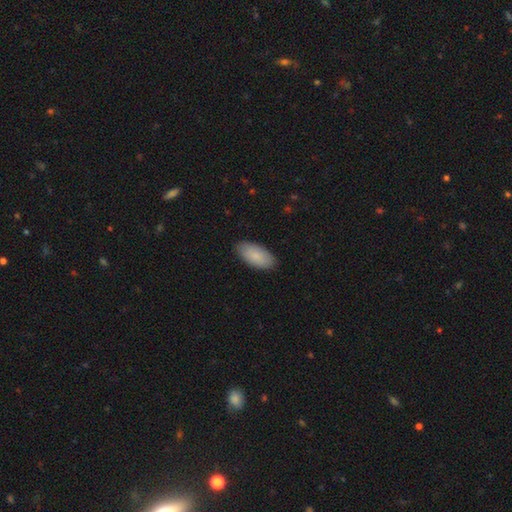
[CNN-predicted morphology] Q: Smooth or featured?
A: smooth (87%); runner-up: featured or disk (8%)
Q: How rounded?
A: in between (93%); runner-up: cigar-shaped (5%)
Q: Merging?
A: none (86%); runner-up: minor disturbance (11%)